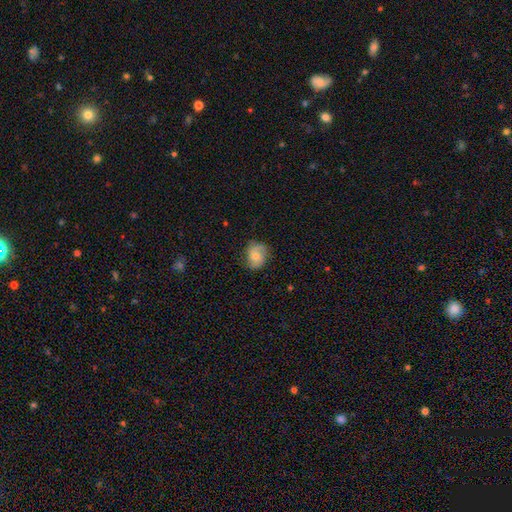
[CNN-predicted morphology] A smooth galaxy with no disk features (54%) that is round (54%). Merging: none (70%).